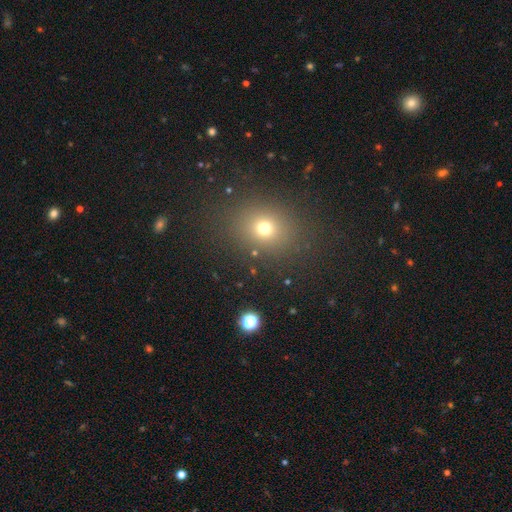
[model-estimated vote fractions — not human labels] A smooth galaxy with no disk features (62%) that is round (58%). Merging: none (88%).